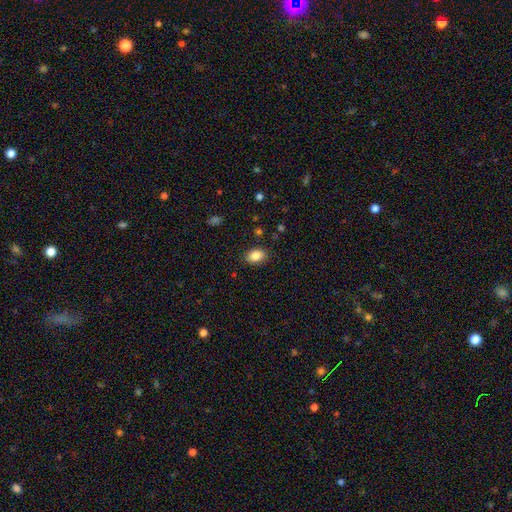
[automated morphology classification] The model was most divided on "how rounded": in between: 81%, round: 17%, cigar-shaped: 1%. More confident: merging — none (87%); smooth or featured — smooth (86%).